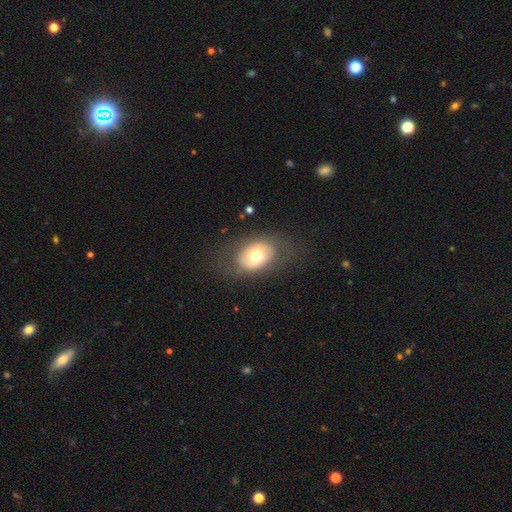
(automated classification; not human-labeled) Smooth or featured? Predicted: smooth (p=0.62). How rounded? Predicted: in between (p=0.77). Merging? Predicted: none (p=0.71).